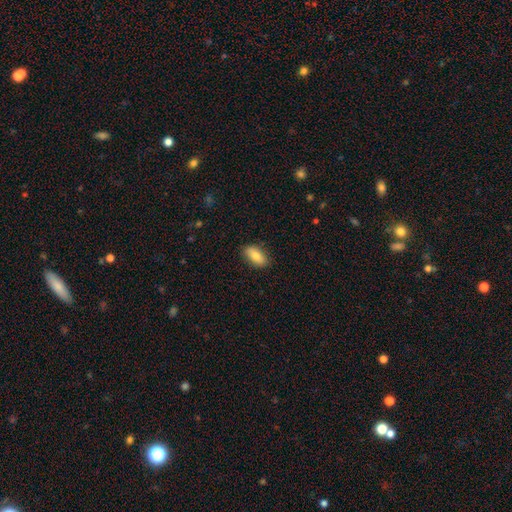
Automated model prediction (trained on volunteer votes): Smooth or featured?
  - smooth: 80% *
  - featured or disk: 13%
  - star or artifact: 7%
How rounded?
  - in between: 89% *
  - cigar-shaped: 7%
  - round: 4%
Merging?
  - none: 86% *
  - minor disturbance: 11%
  - major disturbance: 2%
  - merger: 1%